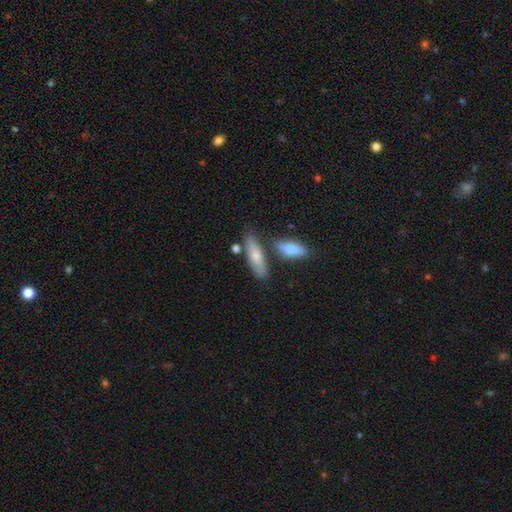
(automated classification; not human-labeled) smooth_or_featured: smooth (p=0.71) [alt: featured or disk p=0.23]
how_rounded: in between (p=0.51) [alt: cigar-shaped p=0.46]
merging: none (p=0.67) [alt: merger p=0.15]